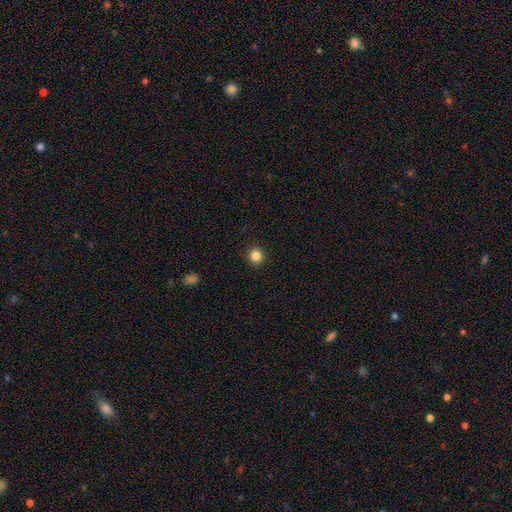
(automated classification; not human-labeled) Smooth or featured?
  - smooth: 85% *
  - star or artifact: 11%
  - featured or disk: 4%
How rounded?
  - round: 87% *
  - in between: 12%
  - cigar-shaped: 1%
Merging?
  - none: 93% *
  - minor disturbance: 5%
  - major disturbance: 2%
  - merger: 1%